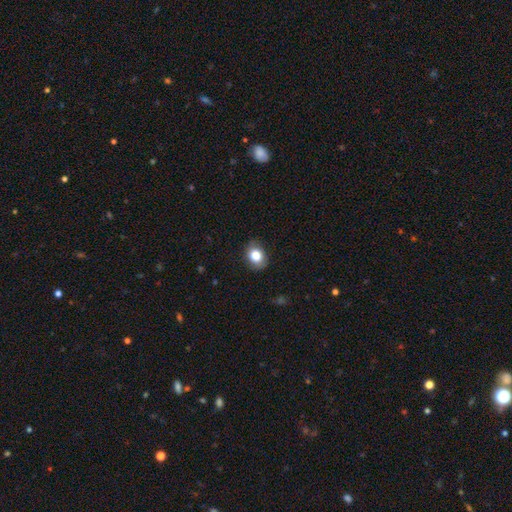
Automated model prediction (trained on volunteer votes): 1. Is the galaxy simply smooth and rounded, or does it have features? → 82% smooth, 9% star or artifact, 9% featured or disk.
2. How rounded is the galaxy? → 53% in between, 46% round, 1% cigar-shaped.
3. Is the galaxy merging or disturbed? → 83% none, 13% minor disturbance, 3% major disturbance, 1% merger.